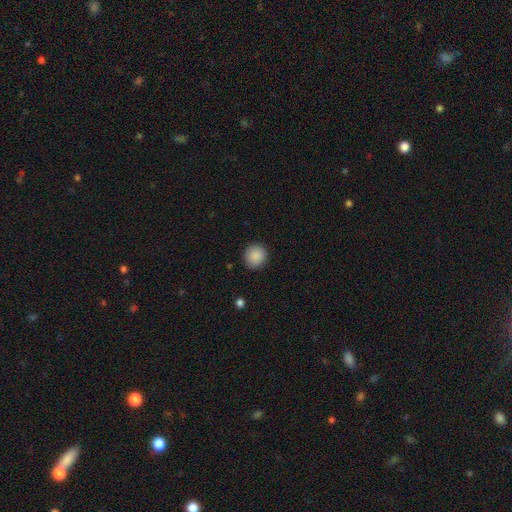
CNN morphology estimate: smooth_or_featured: smooth (p=0.89) [alt: star or artifact p=0.08]
how_rounded: round (p=0.92) [alt: in between p=0.07]
merging: none (p=0.90) [alt: minor disturbance p=0.07]